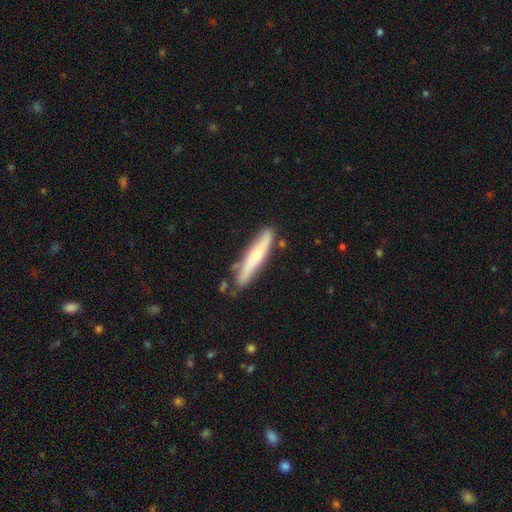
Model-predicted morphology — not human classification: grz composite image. It shows a smooth galaxy with no disk features (52%) that is cigar-shaped (90%). Merging: none (77%).